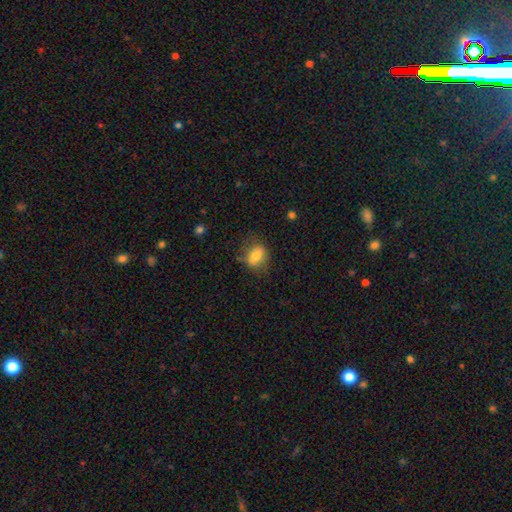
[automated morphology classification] Smooth or featured: smooth — 75% (featured or disk — 17%)
How rounded: in between — 70% (round — 27%)
Merging: none — 70% (minor disturbance — 20%)